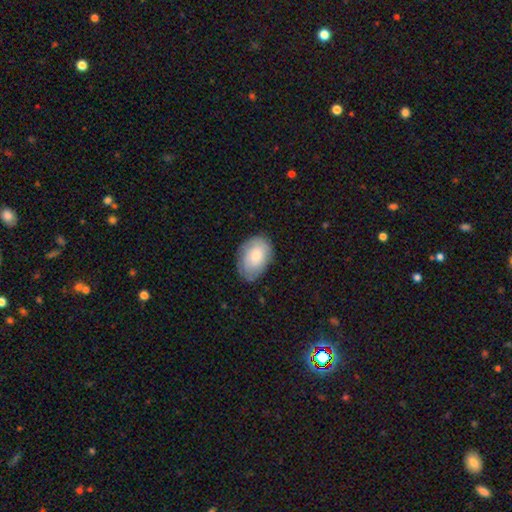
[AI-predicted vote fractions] This is likely a smooth galaxy (72%). How rounded: clearly in between (84%). Merging: likely none (73%).